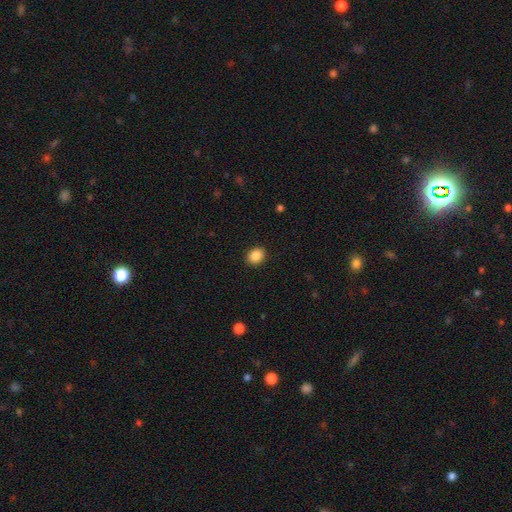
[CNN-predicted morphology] Q: Smooth or featured?
A: smooth (88%); runner-up: star or artifact (9%)
Q: How rounded?
A: round (52%); runner-up: in between (47%)
Q: Merging?
A: none (91%); runner-up: minor disturbance (6%)